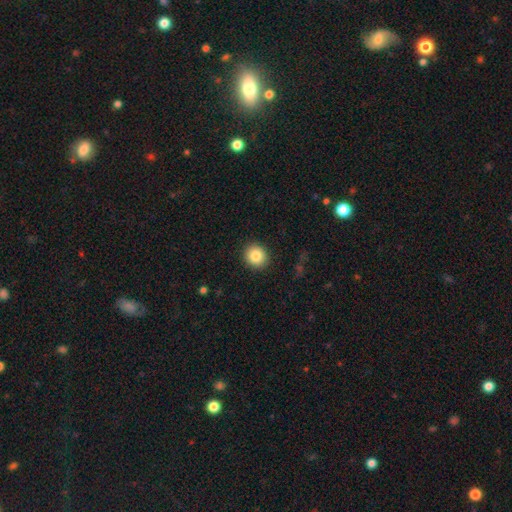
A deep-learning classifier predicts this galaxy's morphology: smooth 86%, star or artifact 9%, featured or disk 5%. Down the decision tree: how rounded — round (89%); merging — none (91%).